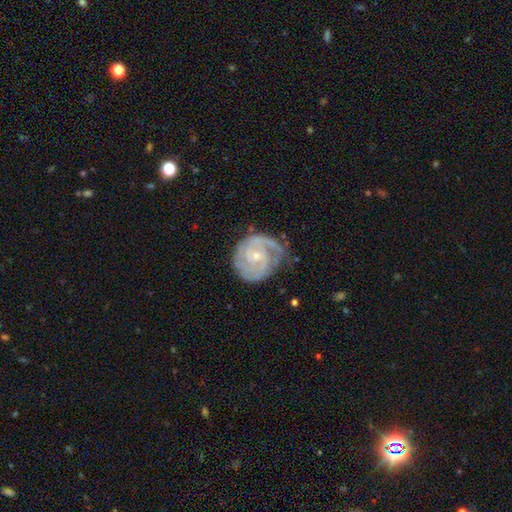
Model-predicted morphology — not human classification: Smooth or featured? featured or disk (86%)
Edge-on disk? no (98%)
Bar? no (63%)
Spiral arms? yes (97%)
Spiral winding? tight (64%)
Spiral arm count? 2 (54%)
Bulge size? small (70%)
Merging? none (67%)